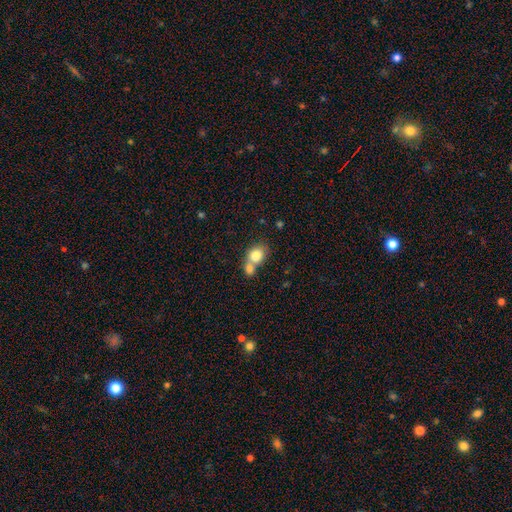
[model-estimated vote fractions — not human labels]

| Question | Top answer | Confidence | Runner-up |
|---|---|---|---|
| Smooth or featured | smooth | 78% | featured or disk (13%) |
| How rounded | round | 52% | in between (47%) |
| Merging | merger | 61% | none (27%) |